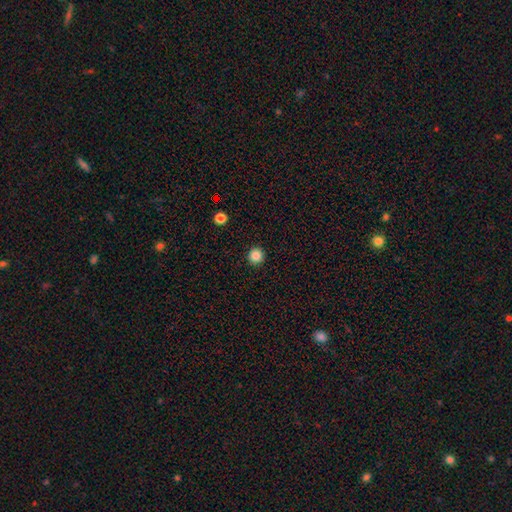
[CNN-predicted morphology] This appears to be a smooth galaxy with no disk features (86%) that is round (95%). Merging: none (93%).